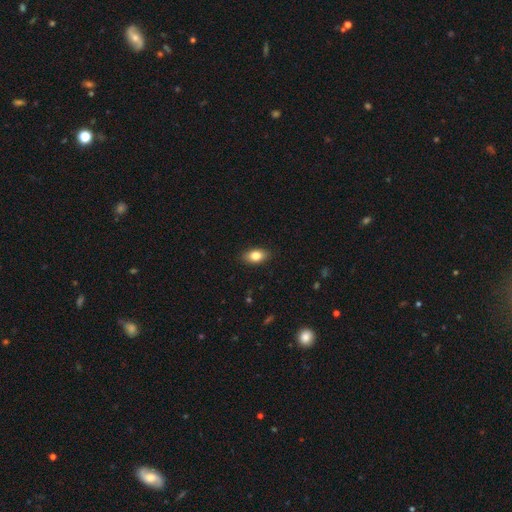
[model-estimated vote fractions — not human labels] Q: Smooth or featured?
A: smooth (83%); runner-up: featured or disk (10%)
Q: How rounded?
A: in between (87%); runner-up: round (10%)
Q: Merging?
A: none (88%); runner-up: minor disturbance (9%)